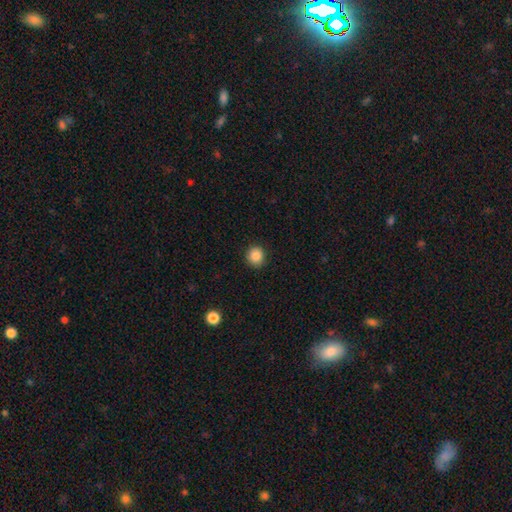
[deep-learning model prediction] Smooth or featured: smooth — 87% (star or artifact — 10%)
How rounded: round — 90% (in between — 9%)
Merging: none — 91% (minor disturbance — 6%)